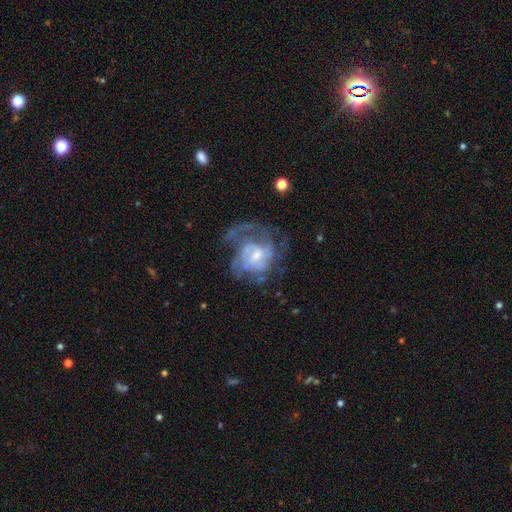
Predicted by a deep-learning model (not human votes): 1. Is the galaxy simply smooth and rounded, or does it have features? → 76% featured or disk, 16% smooth, 8% star or artifact.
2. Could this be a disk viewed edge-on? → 98% no, 2% yes.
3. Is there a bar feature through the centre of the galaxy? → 48% weak, 43% no, 9% strong.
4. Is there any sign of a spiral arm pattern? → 73% yes, 27% no.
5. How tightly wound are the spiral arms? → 41% medium, 36% tight, 22% loose.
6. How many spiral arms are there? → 43% can't tell, 25% 2, 12% 3, 11% 1, 5% 4, 3% more than 4.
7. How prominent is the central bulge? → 51% small, 36% moderate, 7% none, 4% large, 1% dominant.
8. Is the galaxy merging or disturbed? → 38% major disturbance (tied), 38% none (tied), 20% minor disturbance, 3% merger.